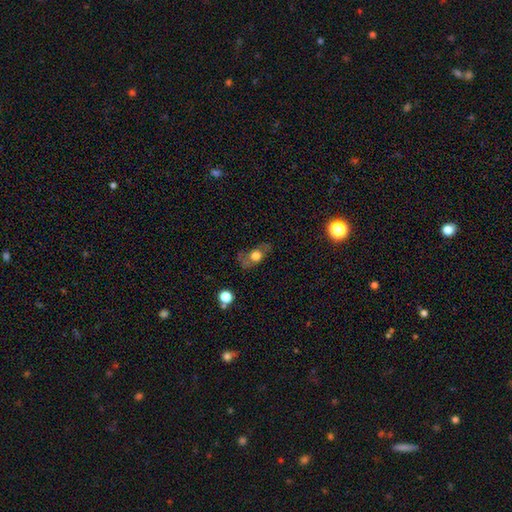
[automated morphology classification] The model was most divided on "how rounded": in between: 59%, round: 35%, cigar-shaped: 6%. More confident: smooth or featured — smooth (60%); merging — none (56%).